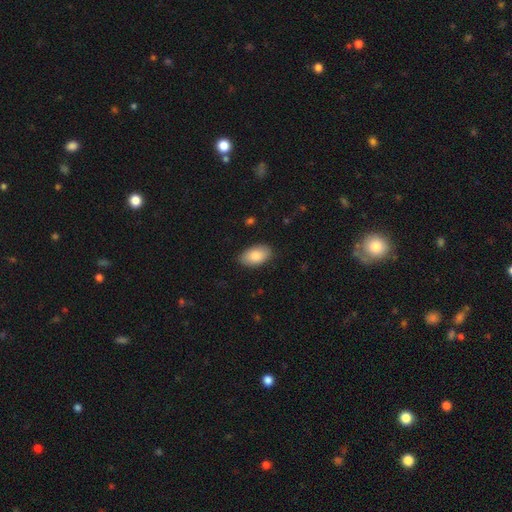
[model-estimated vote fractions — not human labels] Smooth or featured? smooth (86%)
How rounded? in between (94%)
Merging? none (85%)